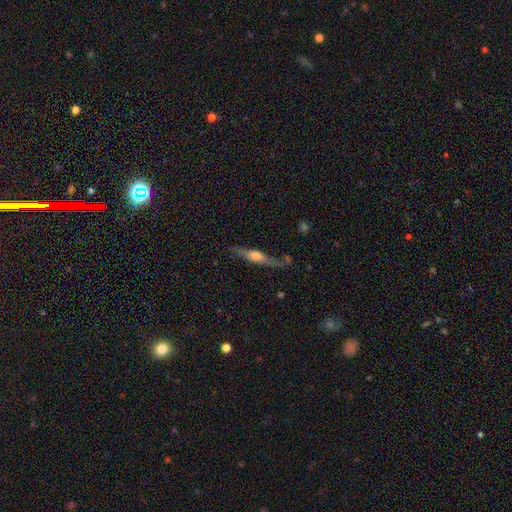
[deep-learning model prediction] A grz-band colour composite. It shows a featured or disk galaxy (59%) viewed edge-on (90%) with a rounded central bulge (86%). Merging: none (68%).